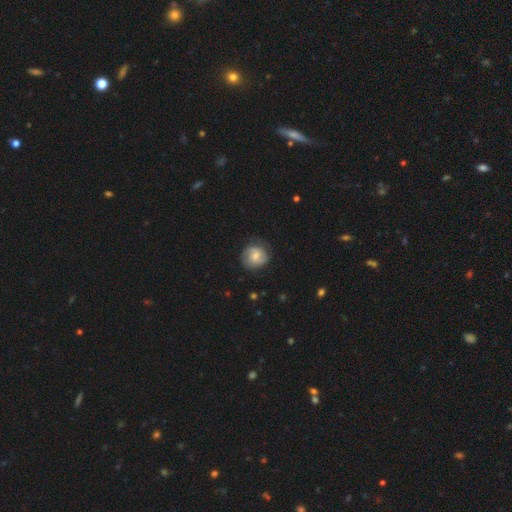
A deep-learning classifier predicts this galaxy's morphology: Q: Smooth or featured?
A: smooth (60%); runner-up: featured or disk (33%)
Q: How rounded?
A: round (83%); runner-up: in between (16%)
Q: Merging?
A: none (71%); runner-up: minor disturbance (21%)